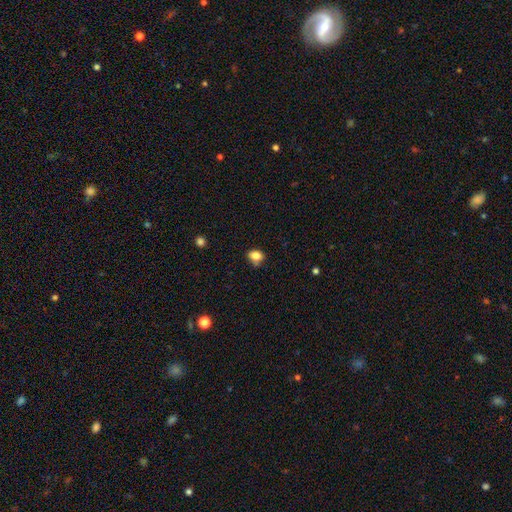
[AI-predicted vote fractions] This is clearly a smooth galaxy (81%). How rounded: likely in between (62%). Merging: possibly none (59%).